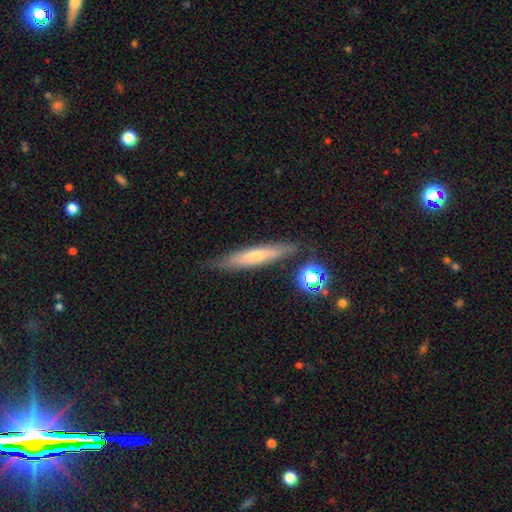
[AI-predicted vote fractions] This appears to be a smooth galaxy with no disk features (53%) that is cigar-shaped (88%). Merging: none (79%).